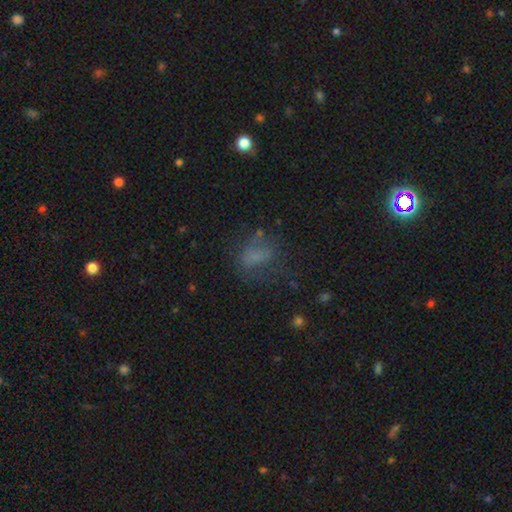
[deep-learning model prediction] smooth_or_featured: smooth (p=0.59) [alt: featured or disk p=0.21]
how_rounded: in between (p=0.69) [alt: round p=0.27]
merging: none (p=0.49) [alt: major disturbance p=0.25]